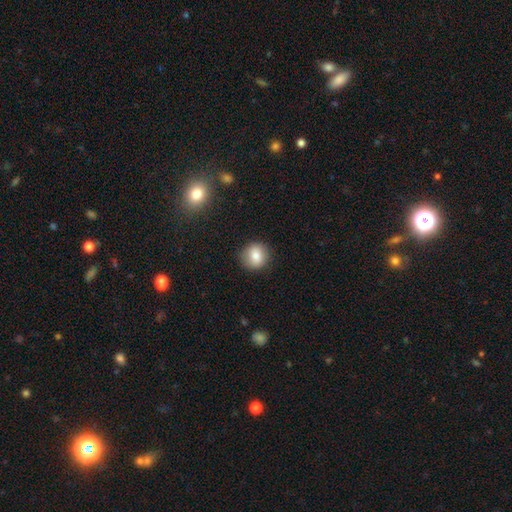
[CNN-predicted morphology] Smooth or featured? Predicted: smooth (p=0.80). How rounded? Predicted: round (p=0.85). Merging? Predicted: none (p=0.86).